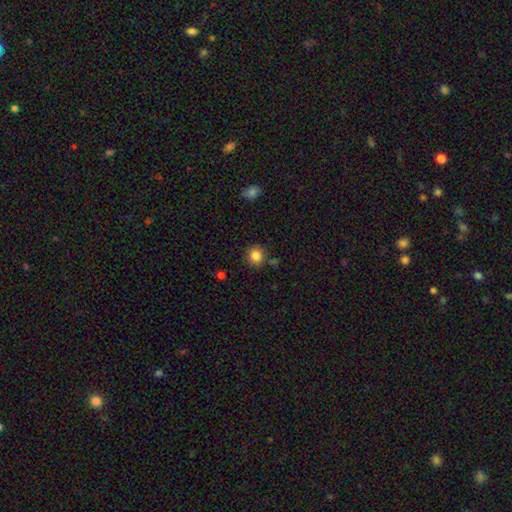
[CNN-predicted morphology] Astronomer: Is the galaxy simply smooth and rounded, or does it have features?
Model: smooth — 85%.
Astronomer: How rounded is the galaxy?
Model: round — 89%.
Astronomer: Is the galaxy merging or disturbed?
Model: none — 85%.